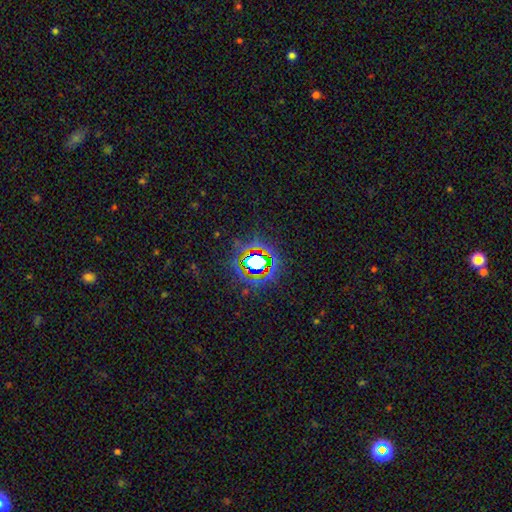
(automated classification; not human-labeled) smooth-or-featured: star or artifact: 70% | smooth: 18% | featured or disk: 12%